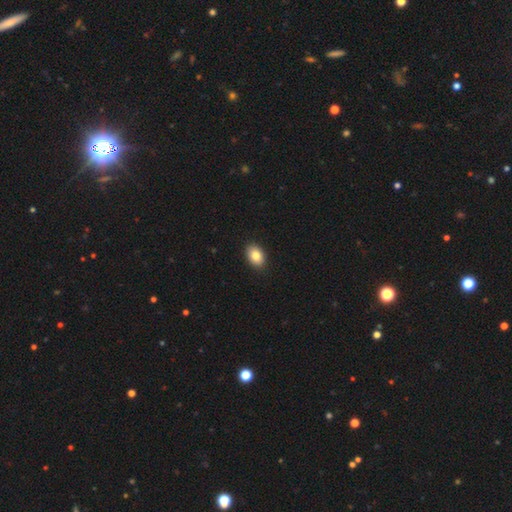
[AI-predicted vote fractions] Morphology: type=smooth (85%); roundness=in between (85%); merging=none (90%).